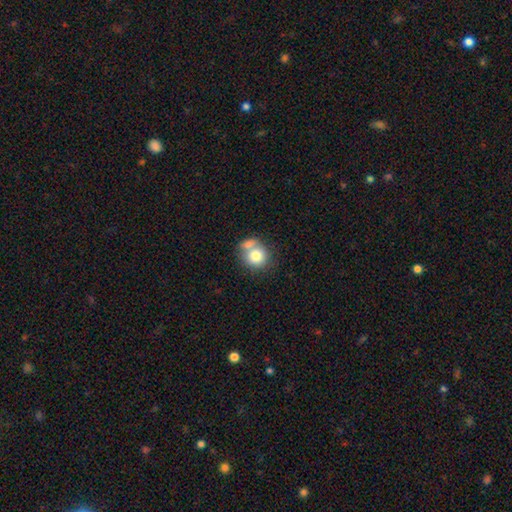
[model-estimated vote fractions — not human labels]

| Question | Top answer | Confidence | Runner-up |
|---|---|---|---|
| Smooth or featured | smooth | 77% | featured or disk (15%) |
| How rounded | round | 81% | in between (18%) |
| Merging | merger | 44% | none (40%) |